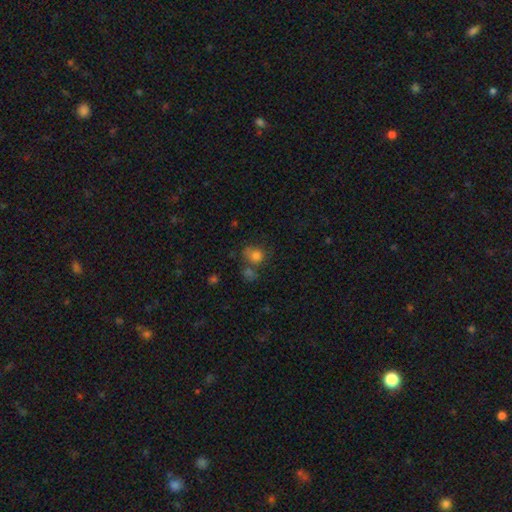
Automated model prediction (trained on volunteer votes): A smooth galaxy with no disk features (76%) that is round (69%).

Vote fractions:
- Smooth or featured? smooth: 76% / star or artifact: 13% / featured or disk: 11%
- How rounded? round: 69% / in between: 30% / cigar-shaped: 1%
- Merging? none: 43% / merger: 28% / minor disturbance: 18% / major disturbance: 11%